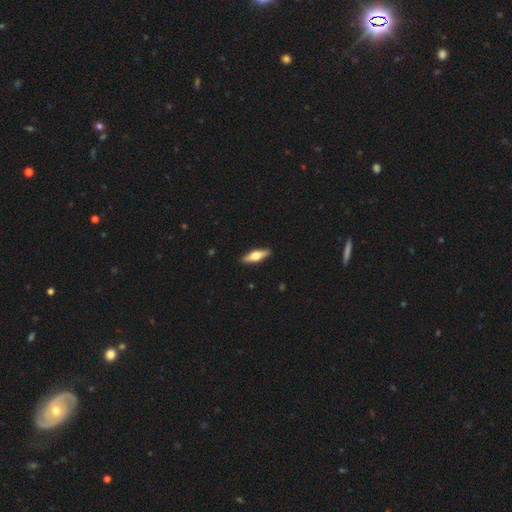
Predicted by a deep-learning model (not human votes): The model was most divided on "smooth or featured": featured or disk: 50%, smooth: 45%, star or artifact: 6%. More confident: merging — none (91%).